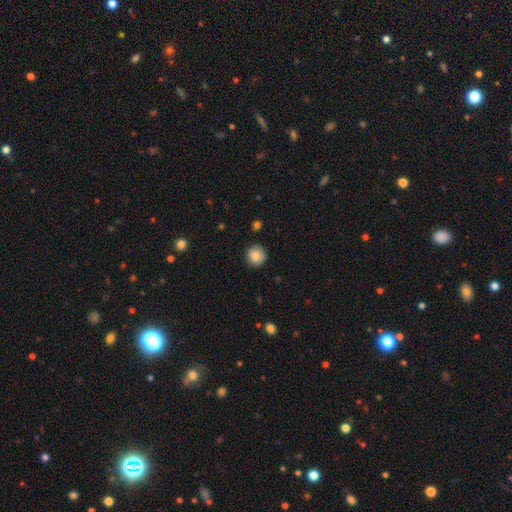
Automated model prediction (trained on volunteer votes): smooth_or_featured: smooth (p=0.82) [alt: featured or disk p=0.09]
how_rounded: round (p=0.94) [alt: in between p=0.05]
merging: none (p=0.88) [alt: minor disturbance p=0.09]